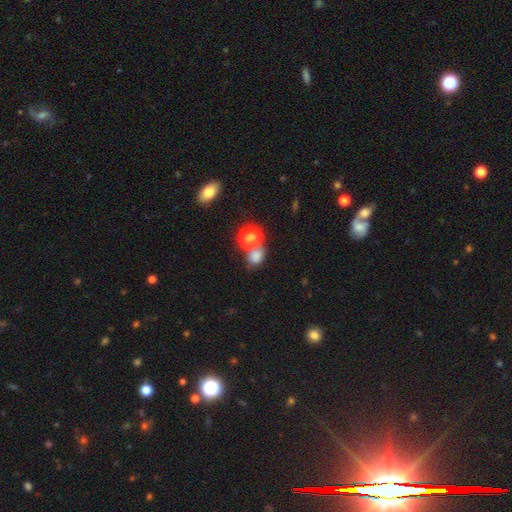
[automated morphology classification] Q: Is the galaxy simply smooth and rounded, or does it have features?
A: smooth — 75%.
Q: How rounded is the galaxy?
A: round — 60%.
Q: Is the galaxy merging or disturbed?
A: none — 46%.